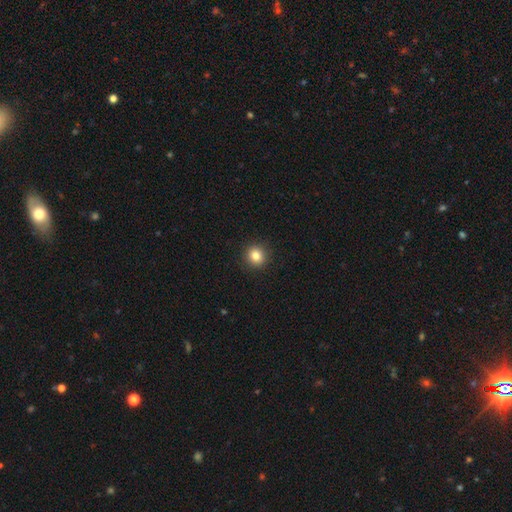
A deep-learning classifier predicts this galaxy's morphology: Smooth or featured? Predicted: smooth (p=0.83). How rounded? Predicted: round (p=0.93). Merging? Predicted: none (p=0.92).